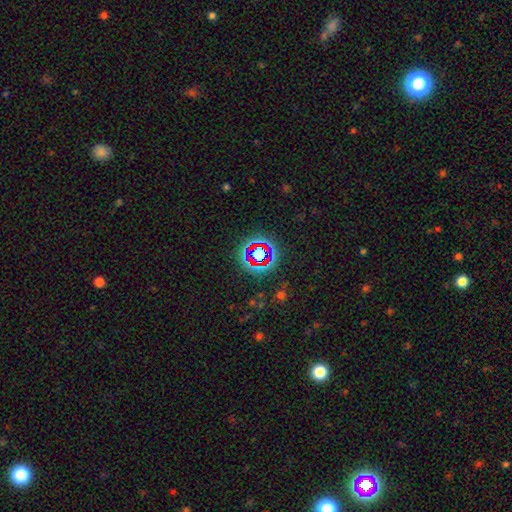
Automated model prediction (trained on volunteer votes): A star or artifact, not a galaxy (69%).